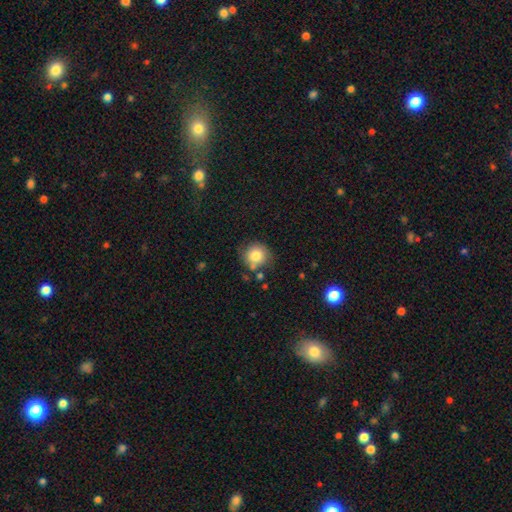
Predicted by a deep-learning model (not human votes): A smooth galaxy with no disk features (81%) that is round (90%). Merging: none (71%).